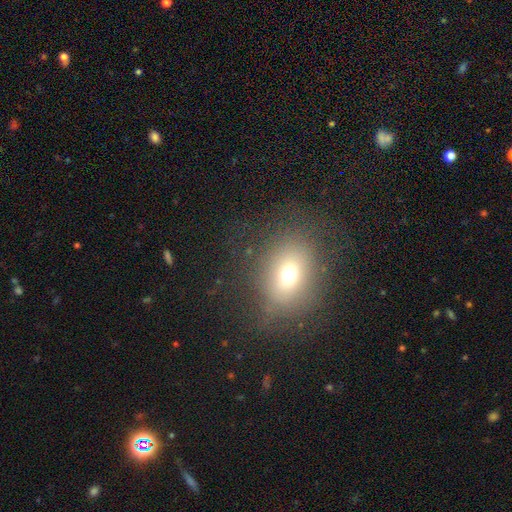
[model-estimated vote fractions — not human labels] smooth 60%, star or artifact 23%, featured or disk 17%. Down the decision tree: how rounded — in between (61%); merging — none (84%).